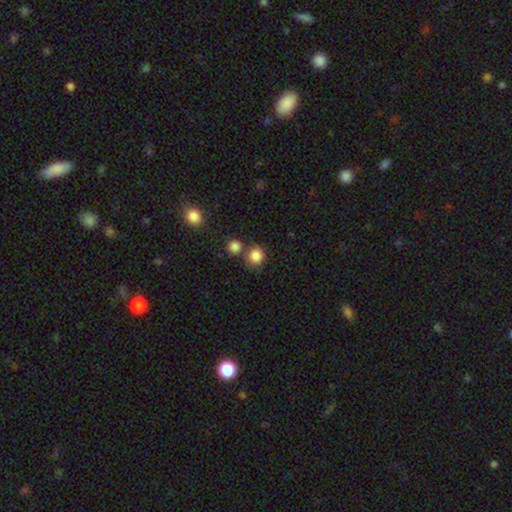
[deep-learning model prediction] Smooth or featured?
  - smooth: 85% *
  - star or artifact: 11%
  - featured or disk: 4%
How rounded?
  - round: 90% *
  - in between: 10%
  - cigar-shaped: 1%
Merging?
  - none: 68% *
  - merger: 19%
  - minor disturbance: 9%
  - major disturbance: 3%